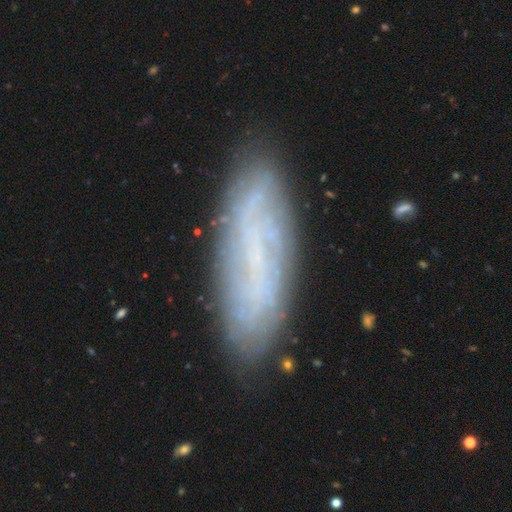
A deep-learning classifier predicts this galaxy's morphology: Q: Smooth or featured?
A: featured or disk (61%); runner-up: smooth (30%)
Q: Edge-on disk?
A: no (79%); runner-up: yes (21%)
Q: Merging?
A: none (80%); runner-up: minor disturbance (14%)